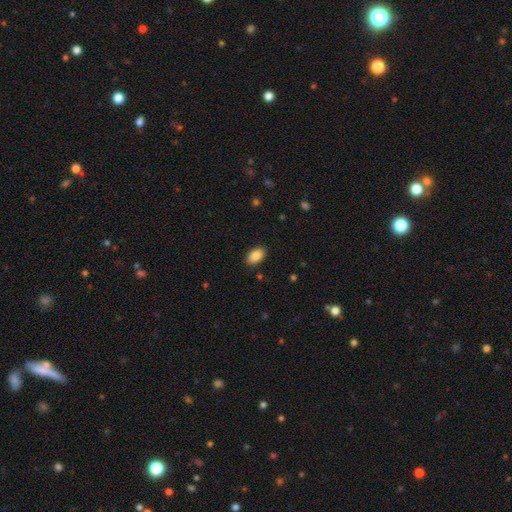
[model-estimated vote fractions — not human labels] Smooth or featured? smooth (89%)
How rounded? in between (93%)
Merging? none (87%)